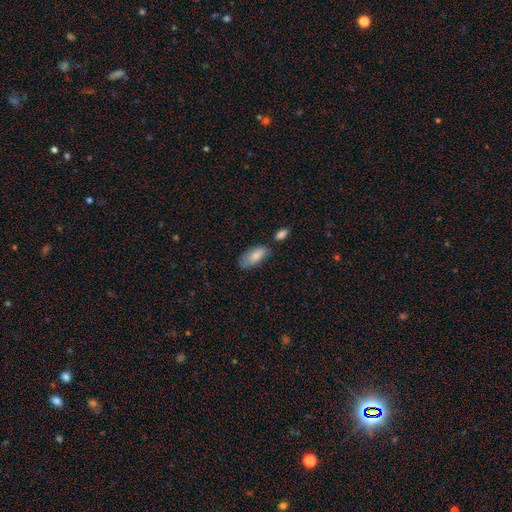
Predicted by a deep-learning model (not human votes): Morphology: type=smooth (81%); roundness=in between (87%); merging=none (58%).